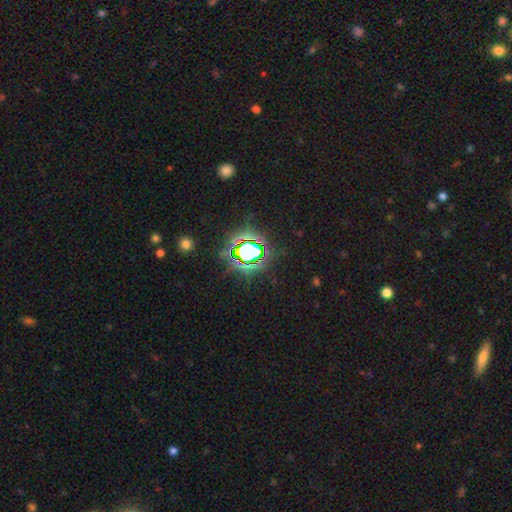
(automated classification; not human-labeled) Smooth or featured? Predicted: star or artifact (p=0.77).